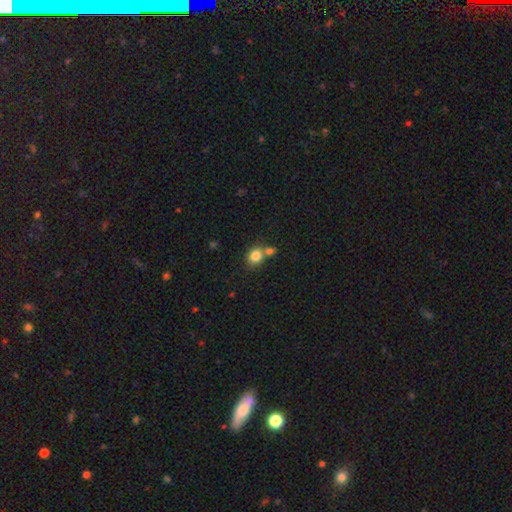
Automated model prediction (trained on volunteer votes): Smooth or featured?
  - smooth: 82% *
  - star or artifact: 10%
  - featured or disk: 8%
How rounded?
  - round: 72% *
  - in between: 27%
  - cigar-shaped: 1%
Merging?
  - none: 49% *
  - merger: 36%
  - minor disturbance: 11%
  - major disturbance: 4%